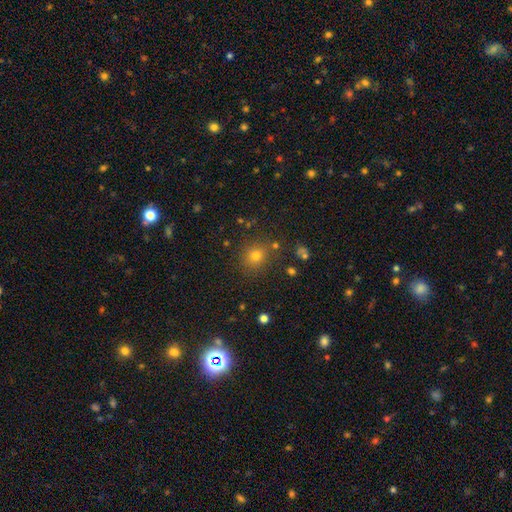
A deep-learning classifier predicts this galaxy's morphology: A smooth galaxy with no disk features (72%) that is round (86%). Merging: none (83%).